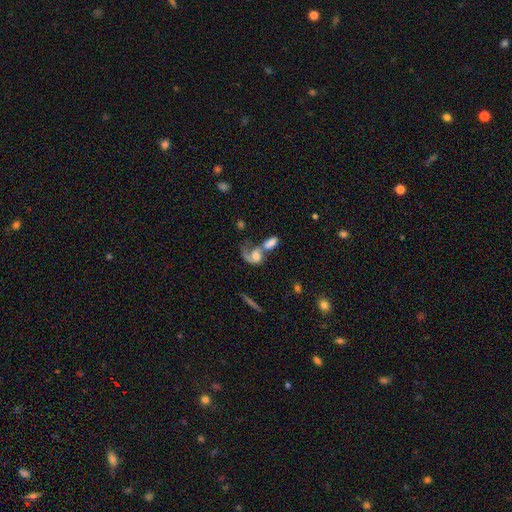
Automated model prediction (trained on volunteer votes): Morphology: type=featured or disk (57%); edge-on=no (94%); bar=no (69%); spiral arms=yes (78%); bulge=moderate (45%); merging=merger (63%).